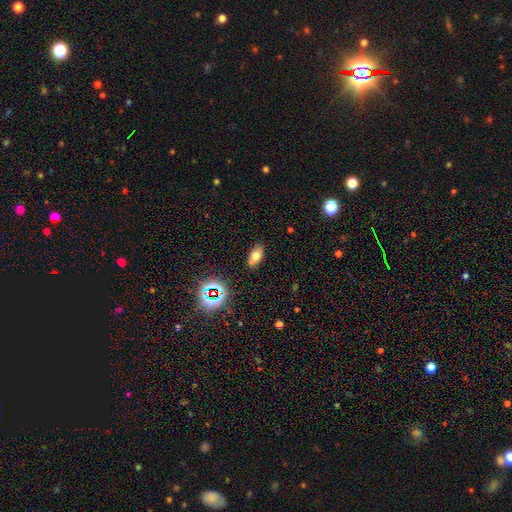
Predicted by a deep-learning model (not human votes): A smooth galaxy with no disk features (67%) that is in between round and cigar-shaped (87%). Merging: none (75%).